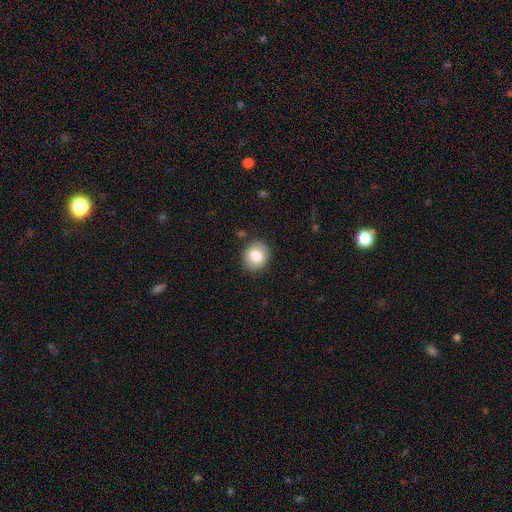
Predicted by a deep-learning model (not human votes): smooth-or-featured: smooth: 81% | featured or disk: 11% | star or artifact: 9%
  how-rounded: round: 76% | in between: 23% | cigar-shaped: 1%
  merging: none: 87% | minor disturbance: 9% | major disturbance: 2% | merger: 1%